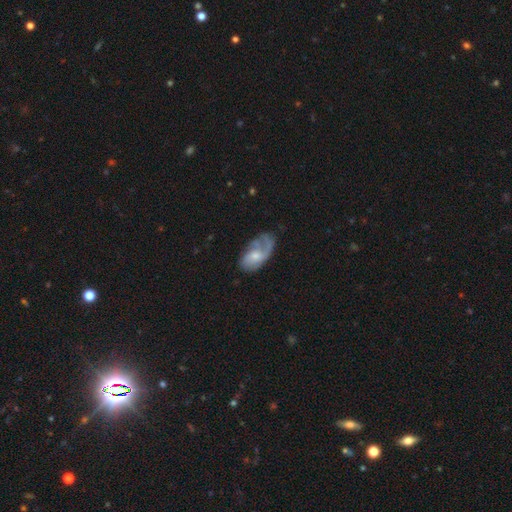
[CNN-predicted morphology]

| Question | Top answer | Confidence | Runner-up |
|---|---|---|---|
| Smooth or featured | featured or disk | 60% | smooth (34%) |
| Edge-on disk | no | 96% | yes (4%) |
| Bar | no | 66% | weak (29%) |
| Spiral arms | yes | 79% | no (21%) |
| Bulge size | small | 47% | moderate (40%) |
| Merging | none | 38% | major disturbance (29%) |